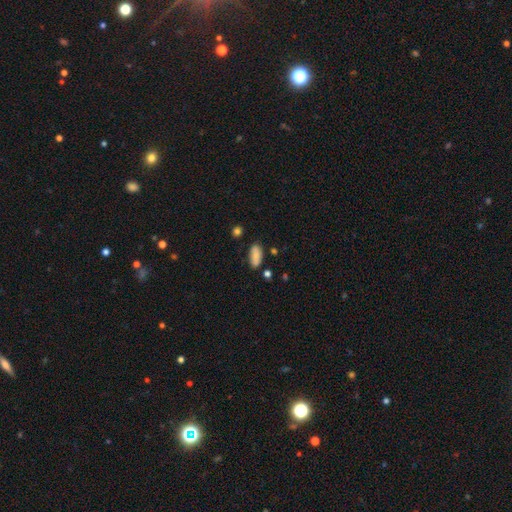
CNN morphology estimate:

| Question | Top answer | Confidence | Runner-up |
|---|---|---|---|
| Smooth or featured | smooth | 82% | featured or disk (10%) |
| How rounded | in between | 89% | cigar-shaped (8%) |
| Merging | none | 73% | minor disturbance (18%) |